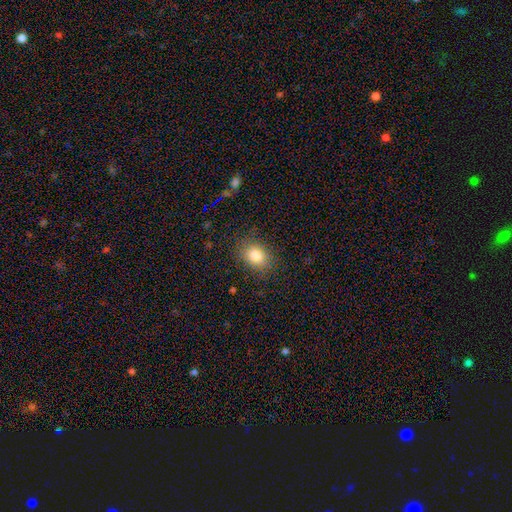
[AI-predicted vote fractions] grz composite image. It shows a smooth galaxy with no disk features (82%) that is in between round and cigar-shaped (61%). Merging: none (83%).